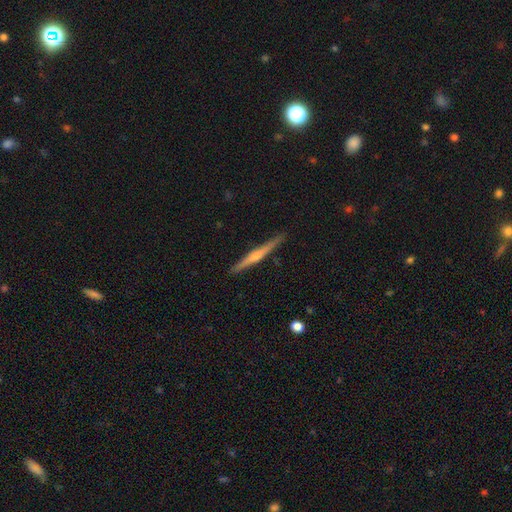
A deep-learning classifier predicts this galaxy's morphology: type=featured or disk (73%); edge-on=yes (98%); edge-on bulge=rounded (79%); merging=none (90%).